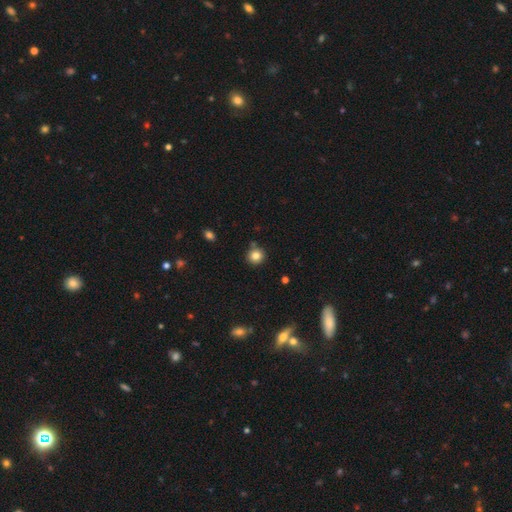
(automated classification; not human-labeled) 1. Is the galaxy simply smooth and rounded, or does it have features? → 82% smooth, 11% star or artifact, 7% featured or disk.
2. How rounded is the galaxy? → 92% round, 7% in between, 1% cigar-shaped.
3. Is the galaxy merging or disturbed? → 83% none, 9% minor disturbance, 6% merger, 2% major disturbance.